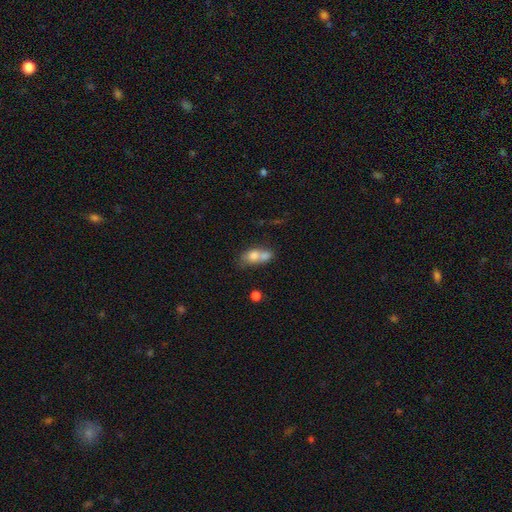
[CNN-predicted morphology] This appears to be a smooth galaxy with no disk features (69%) that is in between round and cigar-shaped (65%). Merging: merger (59%).